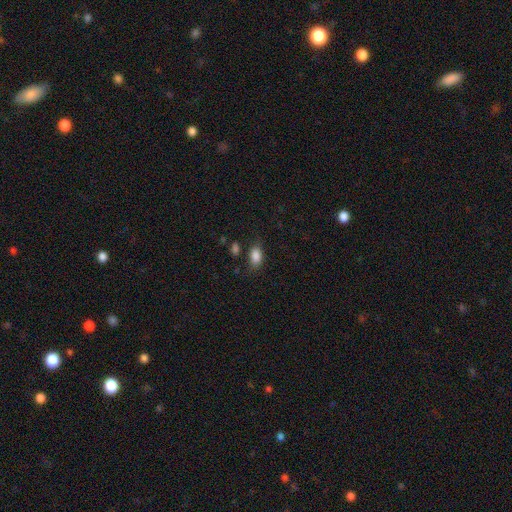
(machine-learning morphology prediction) smooth 86%, star or artifact 9%, featured or disk 5%. Down the decision tree: how rounded — in between (87%); merging — none (70%).